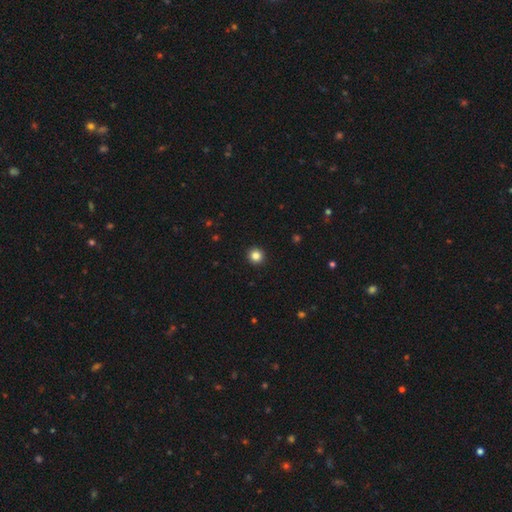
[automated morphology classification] A smooth galaxy with no disk features (84%) that is round (96%). Merging: none (94%).